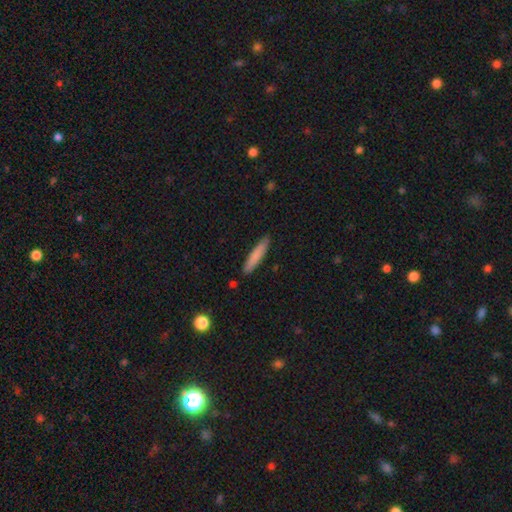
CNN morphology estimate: Q: Smooth or featured?
A: smooth (81%); runner-up: featured or disk (13%)
Q: How rounded?
A: cigar-shaped (90%); runner-up: in between (9%)
Q: Merging?
A: none (88%); runner-up: minor disturbance (9%)